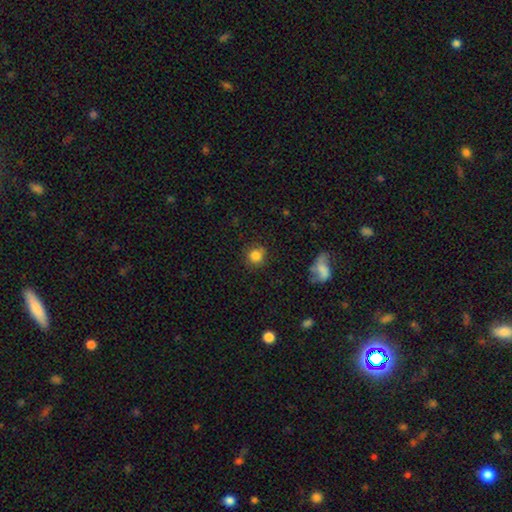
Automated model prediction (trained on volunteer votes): Overall: smooth (83%). How rounded: round (90%). Merging: none (80%).